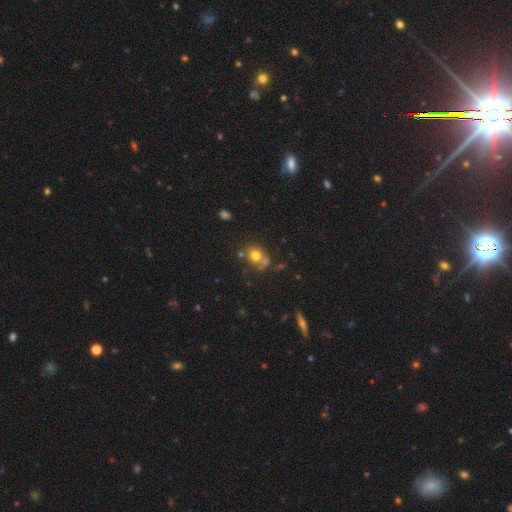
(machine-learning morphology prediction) Smooth or featured: smooth — 72% (star or artifact — 14%)
How rounded: round — 73% (in between — 26%)
Merging: none — 53% (merger — 23%)